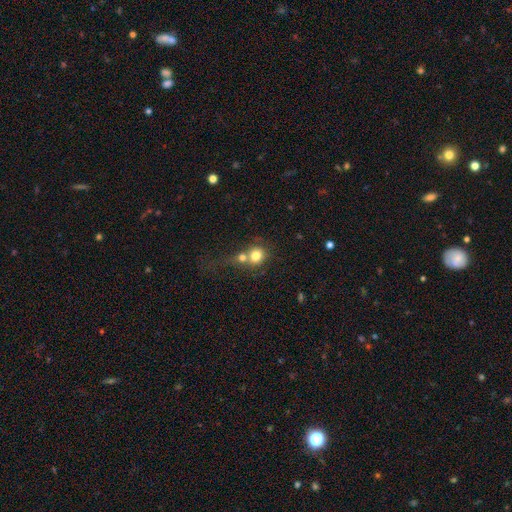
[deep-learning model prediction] Smooth or featured? Predicted: smooth (p=0.76). How rounded? Predicted: round (p=0.81). Merging? Predicted: merger (p=0.52).